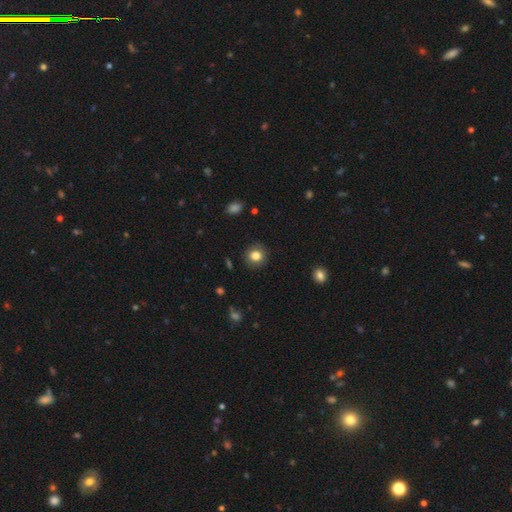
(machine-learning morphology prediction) smooth 82%, star or artifact 10%, featured or disk 8%. Down the decision tree: how rounded — round (87%); merging — none (89%).